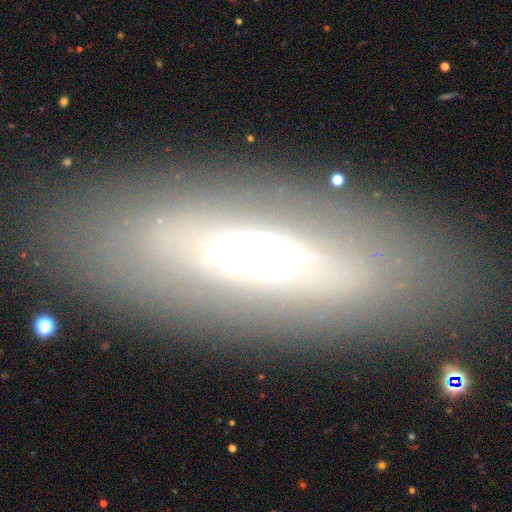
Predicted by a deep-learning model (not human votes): smooth_or_featured: featured or disk (p=0.60) [alt: smooth p=0.29]
disk_edge_on: no (p=0.70) [alt: yes p=0.30]
merging: none (p=0.79) [alt: minor disturbance p=0.12]